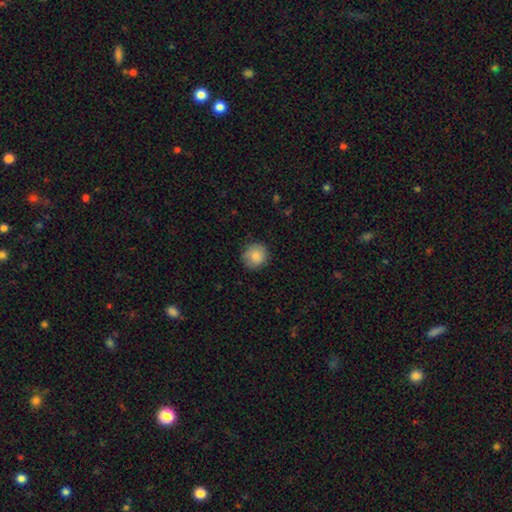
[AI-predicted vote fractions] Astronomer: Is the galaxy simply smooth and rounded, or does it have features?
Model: smooth — 85%.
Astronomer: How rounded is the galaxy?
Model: round — 91%.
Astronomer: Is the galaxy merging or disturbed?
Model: none — 85%.